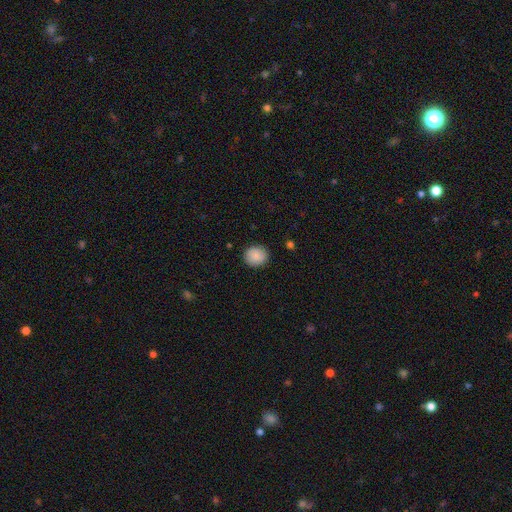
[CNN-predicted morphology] The model was most divided on "how rounded": round: 82%, in between: 17%, cigar-shaped: 1%. More confident: merging — none (90%); smooth or featured — smooth (89%).